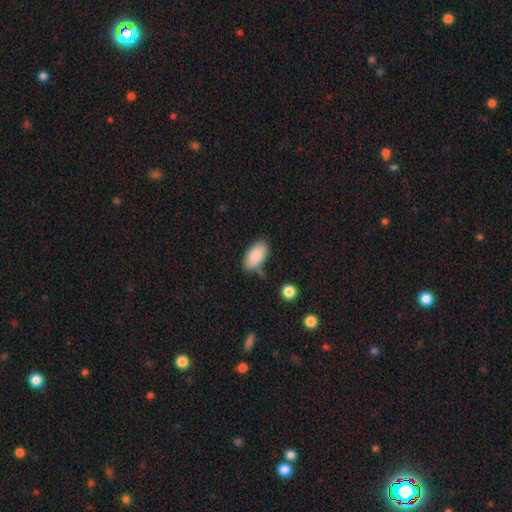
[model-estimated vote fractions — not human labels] This appears to be a smooth galaxy with no disk features (88%) that is in between round and cigar-shaped (94%). Merging: none (71%).